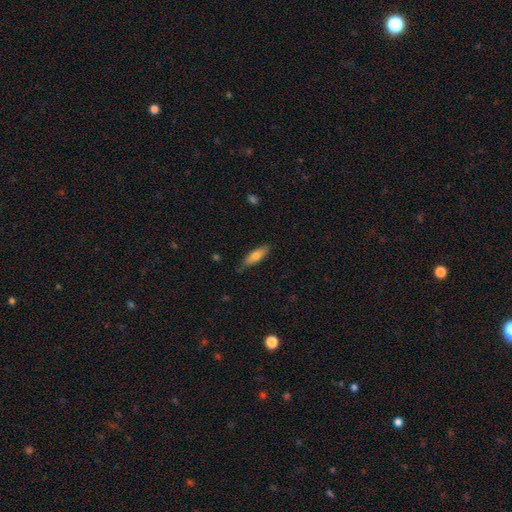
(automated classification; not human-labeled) Smooth or featured? Predicted: smooth (p=0.70). How rounded? Predicted: cigar-shaped (p=0.58). Merging? Predicted: none (p=0.81).